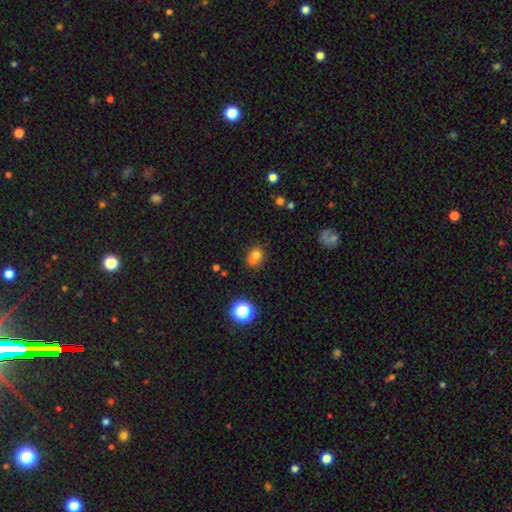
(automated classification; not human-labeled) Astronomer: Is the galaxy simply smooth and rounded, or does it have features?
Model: smooth — 69%.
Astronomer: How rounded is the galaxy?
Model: round — 70%.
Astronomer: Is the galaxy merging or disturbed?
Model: none — 46% (runner-up: merger, 34%).